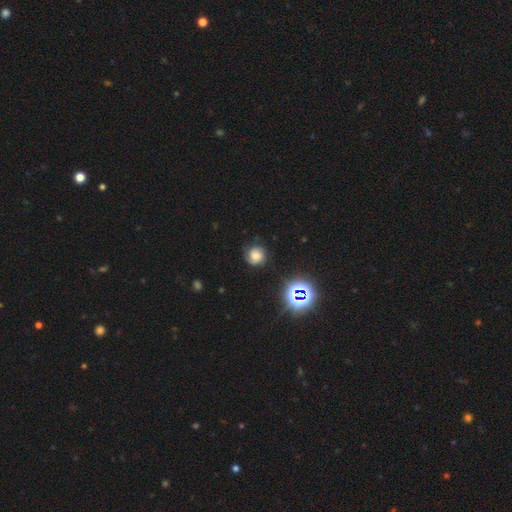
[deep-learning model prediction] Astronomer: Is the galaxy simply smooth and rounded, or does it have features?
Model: smooth — 44% (runner-up: featured or disk, 38%).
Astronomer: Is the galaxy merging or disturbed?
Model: none — 75%.